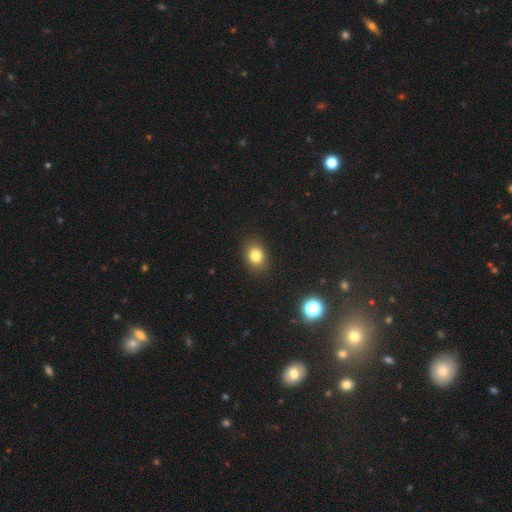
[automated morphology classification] This is clearly a smooth galaxy (80%). How rounded: possibly in between (55%). Merging: clearly none (88%).